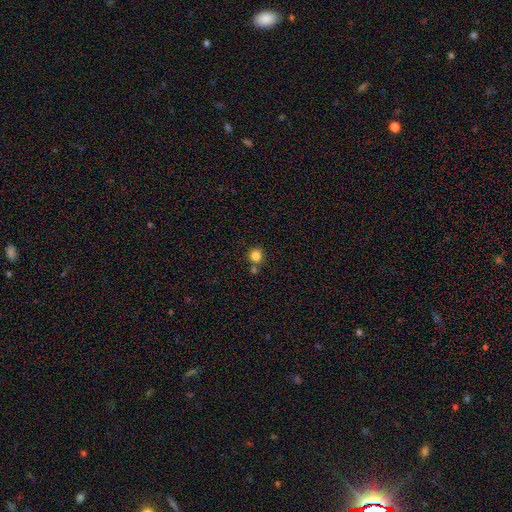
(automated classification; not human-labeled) This is clearly a smooth galaxy (83%). How rounded: clearly round (88%). Merging: likely none (70%).